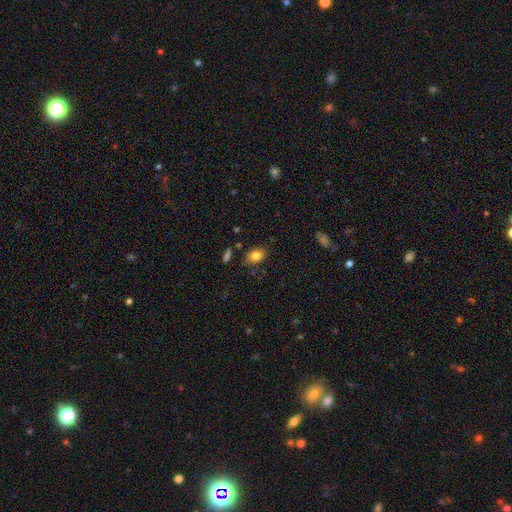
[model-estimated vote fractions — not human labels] A smooth galaxy with no disk features (82%) that is in between round and cigar-shaped (75%). Merging: none (82%).